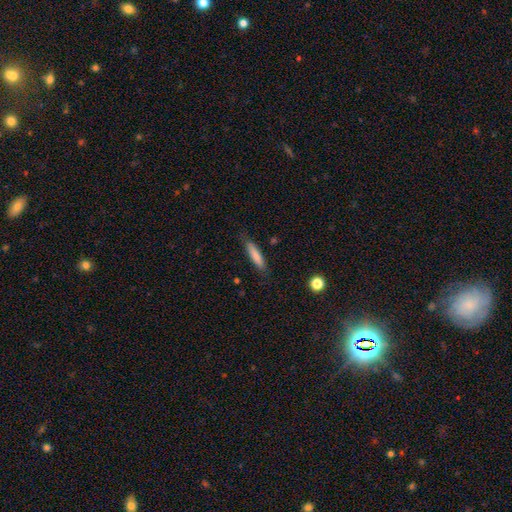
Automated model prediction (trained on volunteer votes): Q: Smooth or featured?
A: smooth (79%); runner-up: featured or disk (14%)
Q: How rounded?
A: cigar-shaped (82%); runner-up: in between (16%)
Q: Merging?
A: none (81%); runner-up: minor disturbance (15%)